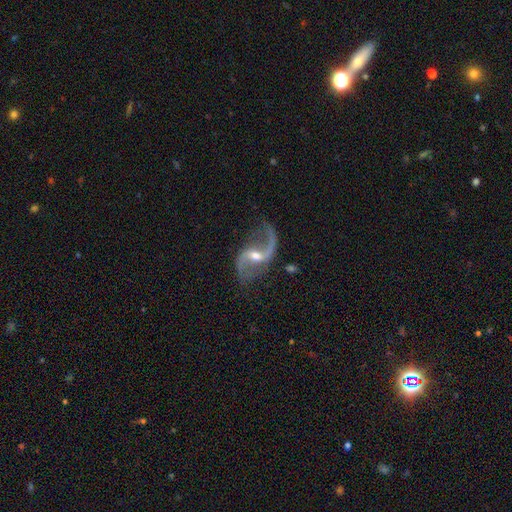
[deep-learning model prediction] Q: Smooth or featured?
A: featured or disk (92%); runner-up: star or artifact (5%)
Q: Edge-on disk?
A: no (98%); runner-up: yes (2%)
Q: Bar?
A: weak (47%); runner-up: strong (27%)
Q: Spiral arms?
A: yes (98%); runner-up: no (2%)
Q: Spiral winding?
A: loose (79%); runner-up: medium (17%)
Q: Spiral arm count?
A: 2 (93%); runner-up: 1 (3%)
Q: Bulge size?
A: moderate (58%); runner-up: small (37%)
Q: Merging?
A: none (75%); runner-up: minor disturbance (15%)